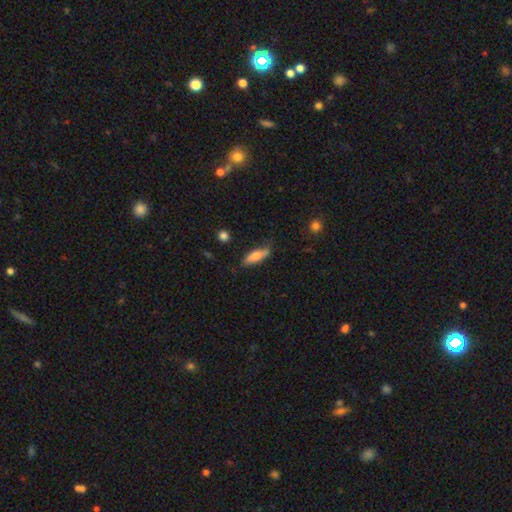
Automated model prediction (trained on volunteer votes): Smooth or featured?
  - smooth: 71% *
  - featured or disk: 23%
  - star or artifact: 6%
How rounded?
  - cigar-shaped: 50% *
  - in between: 48%
  - round: 2%
Merging?
  - none: 66% *
  - minor disturbance: 25%
  - major disturbance: 6%
  - merger: 3%